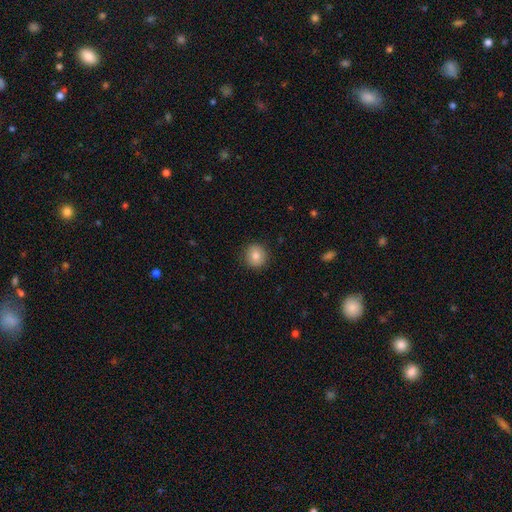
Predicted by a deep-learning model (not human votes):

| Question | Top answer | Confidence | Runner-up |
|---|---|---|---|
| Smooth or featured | smooth | 83% | featured or disk (9%) |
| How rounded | round | 90% | in between (9%) |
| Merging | none | 89% | minor disturbance (8%) |